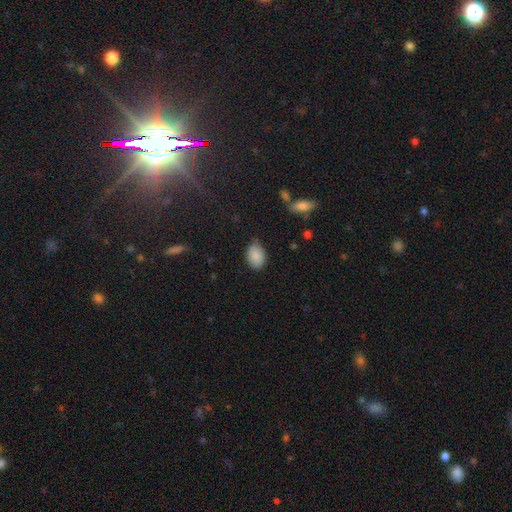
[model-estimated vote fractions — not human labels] The model was most divided on "merging": none: 69%, minor disturbance: 25%, major disturbance: 4%, merger: 2%. More confident: smooth or featured — smooth (87%); how rounded — in between (81%).